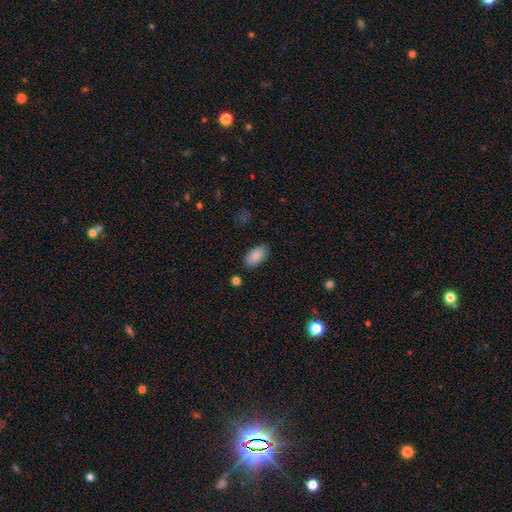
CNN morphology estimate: Q: Smooth or featured?
A: smooth (88%); runner-up: star or artifact (7%)
Q: How rounded?
A: in between (94%); runner-up: round (3%)
Q: Merging?
A: none (85%); runner-up: minor disturbance (11%)